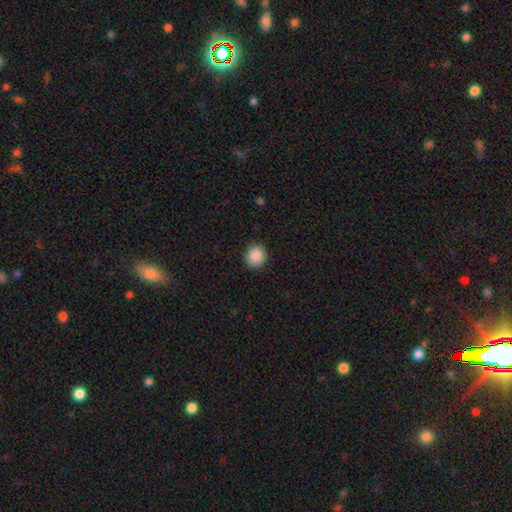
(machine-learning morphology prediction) Smooth or featured: smooth — 89% (star or artifact — 8%)
How rounded: round — 83% (in between — 16%)
Merging: none — 89% (minor disturbance — 8%)